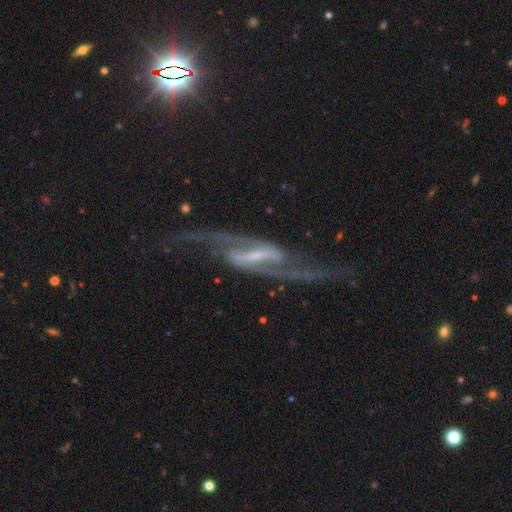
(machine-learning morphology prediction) A featured or disk galaxy (93%) with a strong bar (65%), 2 (94%) loose (58%) spiral arms (98%) and a small central bulge (61%). Merging: none (75%).